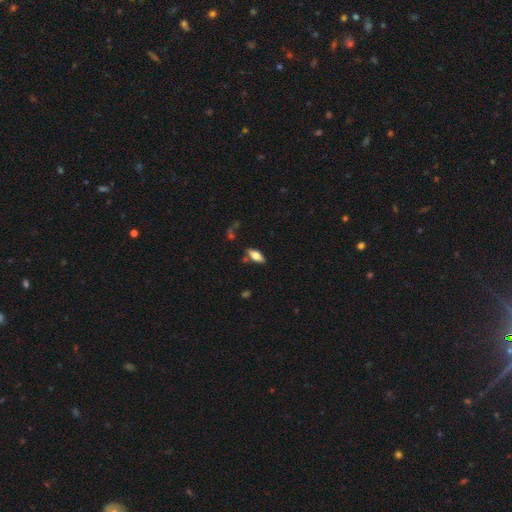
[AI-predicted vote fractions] Smooth or featured: smooth — 58% (featured or disk — 34%)
How rounded: in between — 80% (cigar-shaped — 17%)
Merging: none — 77% (minor disturbance — 14%)